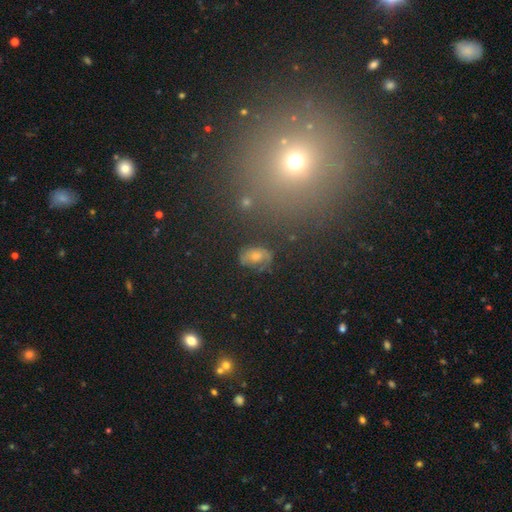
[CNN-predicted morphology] This is marginally a smooth galaxy (41%). Merging: likely none (73%).